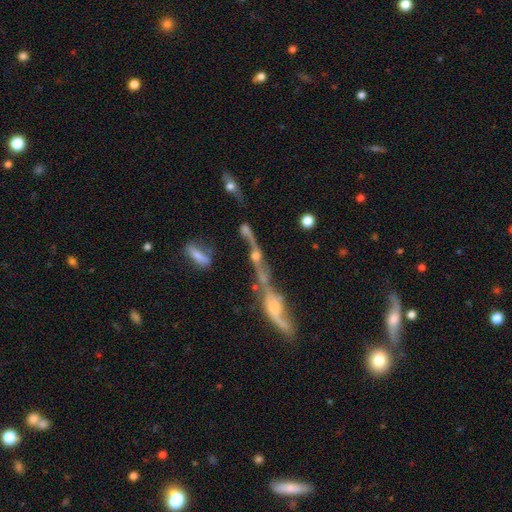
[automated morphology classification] type=featured or disk (65%); edge-on=no (60%); merging=merger (61%).